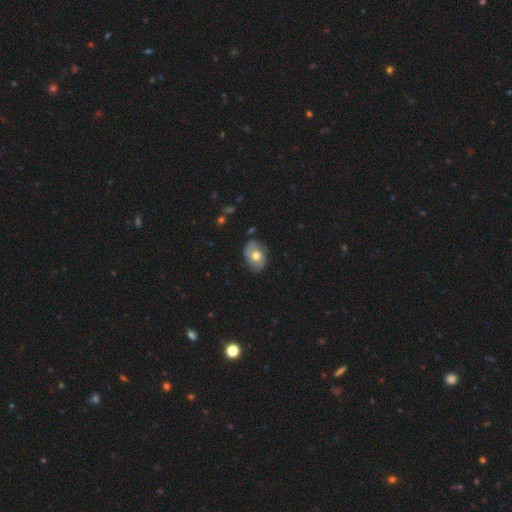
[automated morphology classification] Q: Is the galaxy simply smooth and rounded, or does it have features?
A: smooth — 49%.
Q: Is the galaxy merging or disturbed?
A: none — 75%.